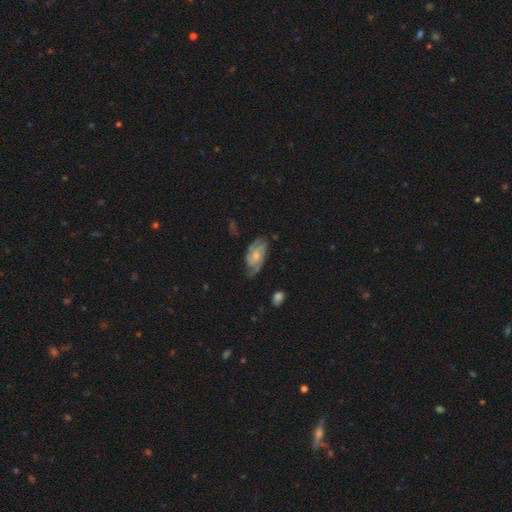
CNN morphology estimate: This appears to be a featured or disk galaxy (73%) with no bar (65%), 2 (53%) tight (44%) spiral arms (92%) and a small central bulge (44%). Merging: none (61%).